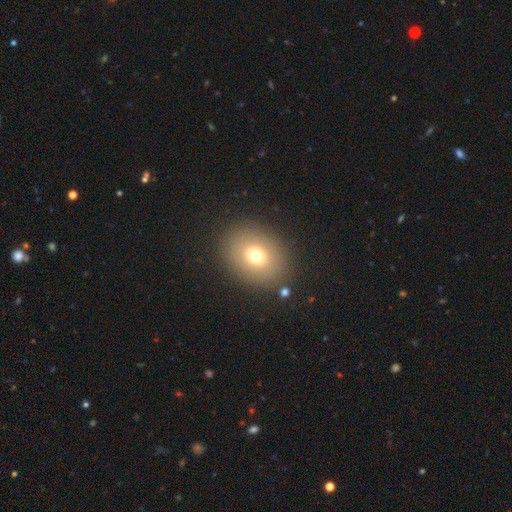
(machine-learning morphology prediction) A smooth galaxy with no disk features (71%) that is in between round and cigar-shaped (51%). Merging: none (86%).